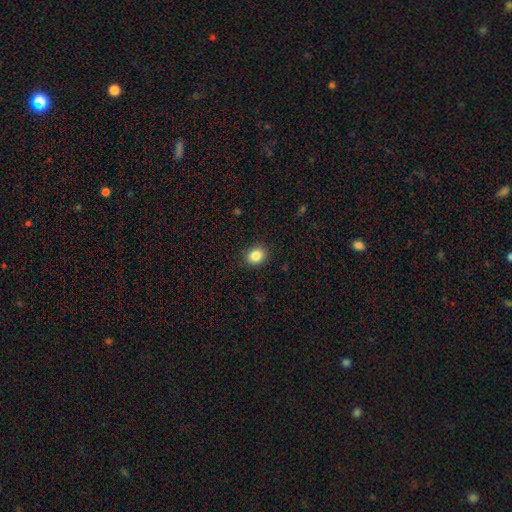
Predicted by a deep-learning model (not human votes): Smooth or featured? Predicted: smooth (p=0.85). How rounded? Predicted: round (p=0.68). Merging? Predicted: none (p=0.90).